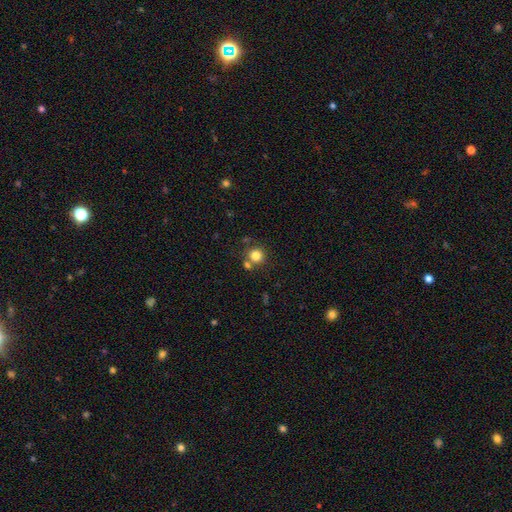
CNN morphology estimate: This appears to be a smooth galaxy with no disk features (81%) that is round (92%). Merging: none (70%).